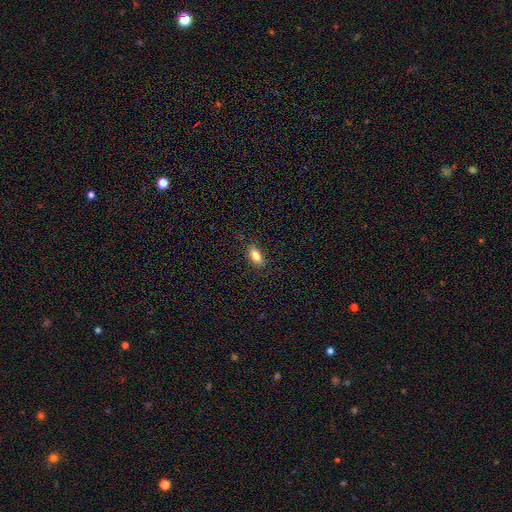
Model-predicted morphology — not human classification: smooth_or_featured: smooth (p=0.81) [alt: featured or disk p=0.11]
how_rounded: in between (p=0.83) [alt: cigar-shaped p=0.13]
merging: none (p=0.86) [alt: minor disturbance p=0.11]